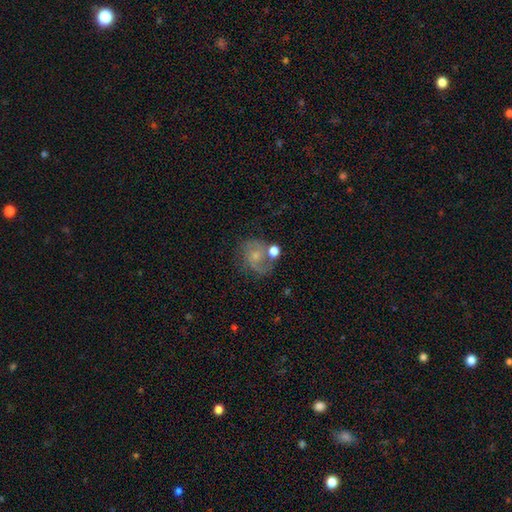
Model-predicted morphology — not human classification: Overall: featured or disk (69%). Edge-on disk: no (98%). Bar: no (65%; weak 31%). Spiral arms: yes (90%). Spiral arm count: 2 (72%). Spiral winding: medium (49%; loose 29%). Bulge size: small (56%; moderate 32%). Merging: none (55%; minor disturbance 19%).